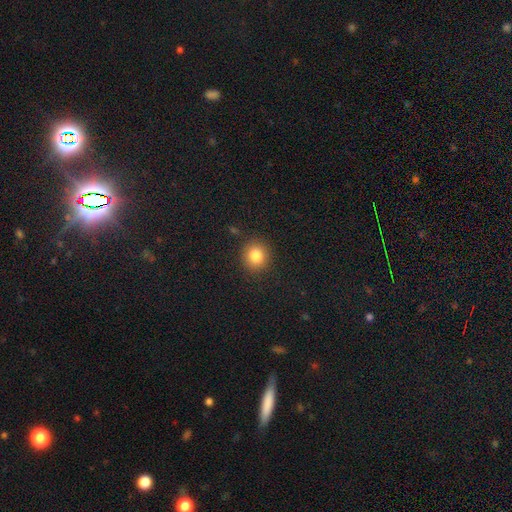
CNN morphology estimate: A smooth galaxy with no disk features (83%) that is round (87%). Merging: none (89%).